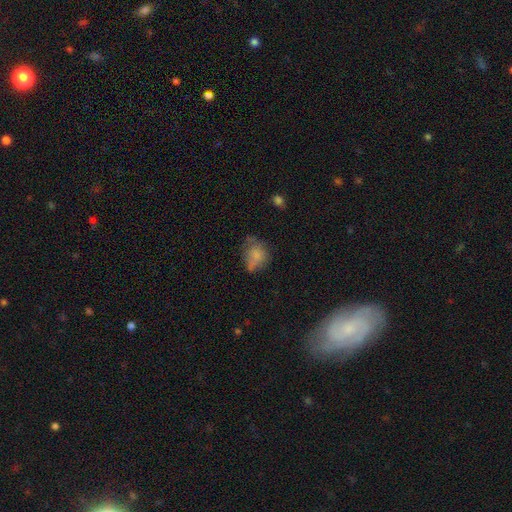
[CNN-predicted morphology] smooth 72%, featured or disk 17%, star or artifact 11%. Down the decision tree: how rounded — in between (50%); merging — none (43%).